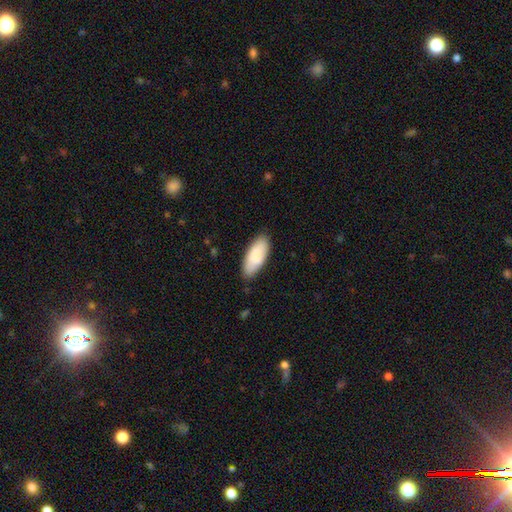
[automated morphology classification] A smooth galaxy with no disk features (87%) that is in between round and cigar-shaped (83%). Merging: none (82%).